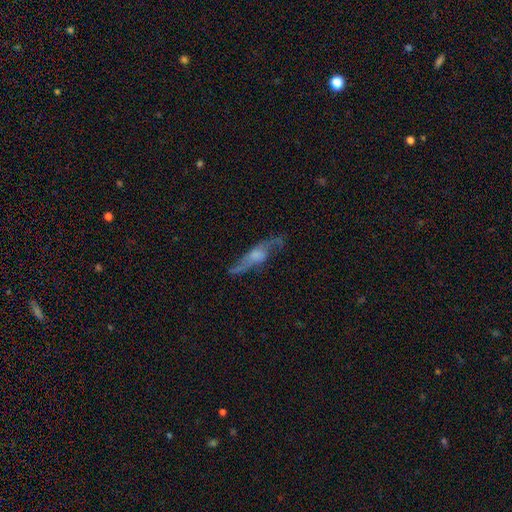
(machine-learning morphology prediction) type=featured or disk (69%); edge-on=no (55%); merging=none (66%).